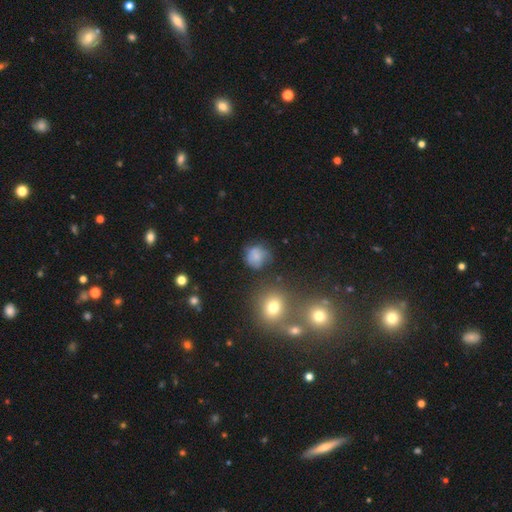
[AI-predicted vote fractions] Smooth or featured: smooth — 71% (star or artifact — 15%)
How rounded: round — 82% (in between — 17%)
Merging: none — 59% (minor disturbance — 24%)